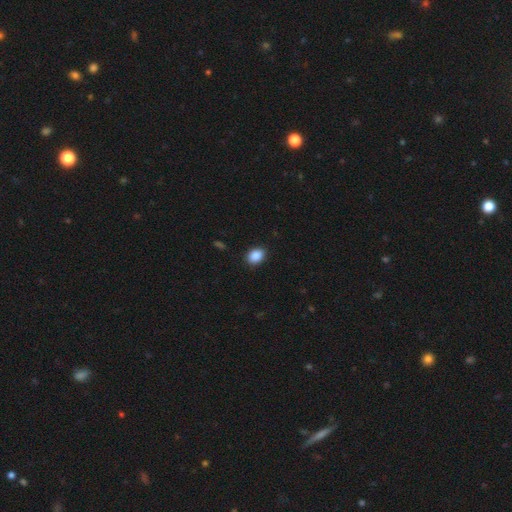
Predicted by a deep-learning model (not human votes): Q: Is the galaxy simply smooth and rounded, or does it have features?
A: smooth — 89%.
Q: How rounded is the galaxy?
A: in between — 68%.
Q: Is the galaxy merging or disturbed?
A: none — 89%.